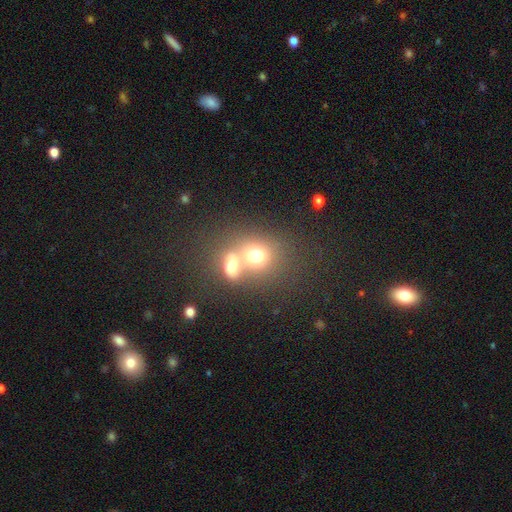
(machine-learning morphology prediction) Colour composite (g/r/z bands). It shows a smooth galaxy with no disk features (67%) that is round (61%). Merging: merger (66%).